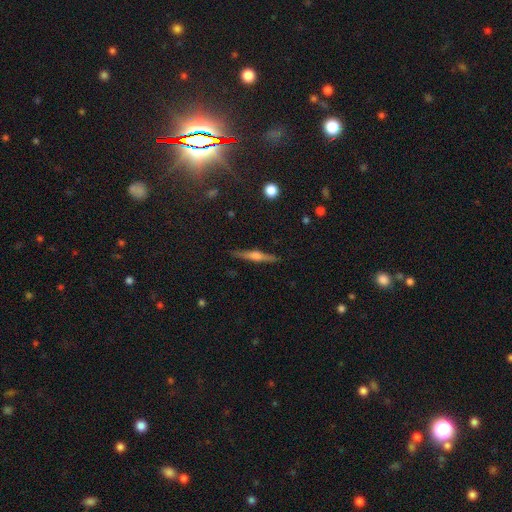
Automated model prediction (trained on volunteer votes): This is likely a featured or disk galaxy (70%). It is clearly viewed edge-on (98%). Edge-on bulge: clearly rounded (83%). Merging: clearly none (90%).